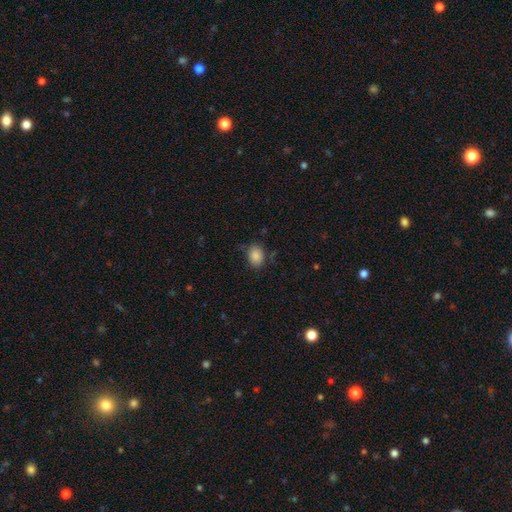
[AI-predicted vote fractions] smooth_or_featured: smooth (p=0.87) [alt: star or artifact p=0.09]
how_rounded: in between (p=0.66) [alt: round p=0.33]
merging: none (p=0.78) [alt: minor disturbance p=0.16]